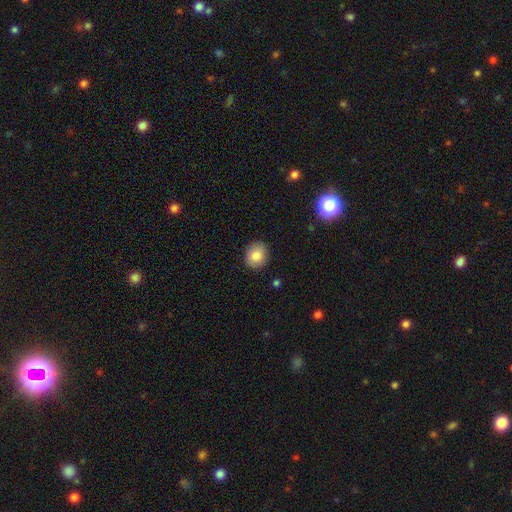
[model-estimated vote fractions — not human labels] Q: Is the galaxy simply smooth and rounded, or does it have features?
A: smooth — 83%.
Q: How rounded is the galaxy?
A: round — 71%.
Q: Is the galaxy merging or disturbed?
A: none — 88%.